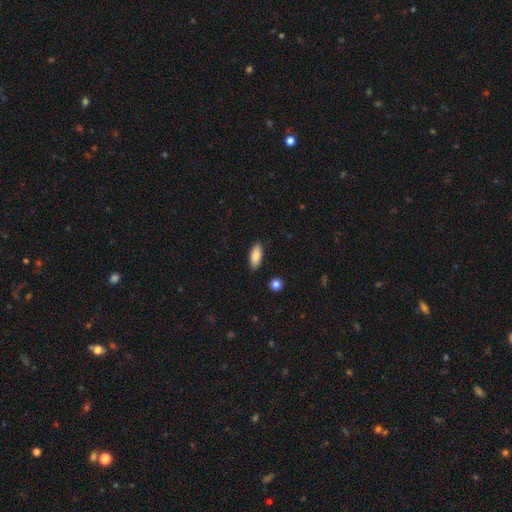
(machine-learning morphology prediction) type=smooth (87%); roundness=in between (81%); merging=none (88%).